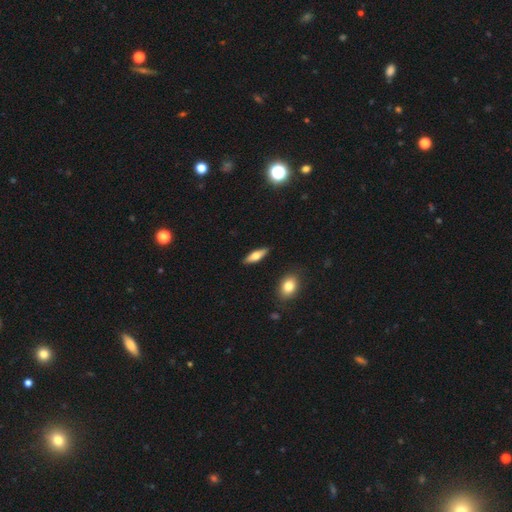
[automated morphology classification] This appears to be a smooth galaxy with no disk features (55%) that is in between round and cigar-shaped (49%). Merging: none (89%).